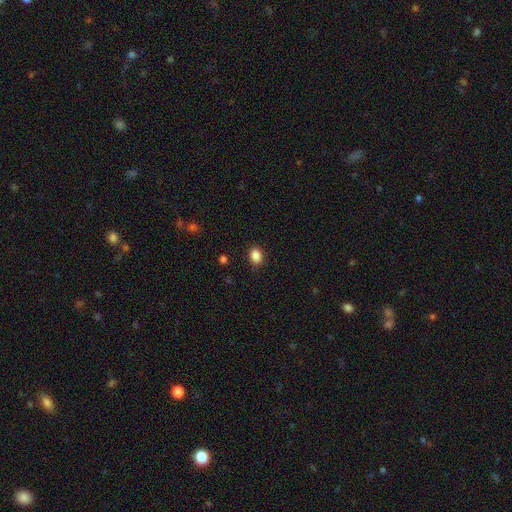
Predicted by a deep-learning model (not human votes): Smooth or featured?
  - smooth: 87% *
  - star or artifact: 9%
  - featured or disk: 3%
How rounded?
  - in between: 69% *
  - round: 30%
  - cigar-shaped: 1%
Merging?
  - none: 88% *
  - minor disturbance: 9%
  - major disturbance: 2%
  - merger: 1%